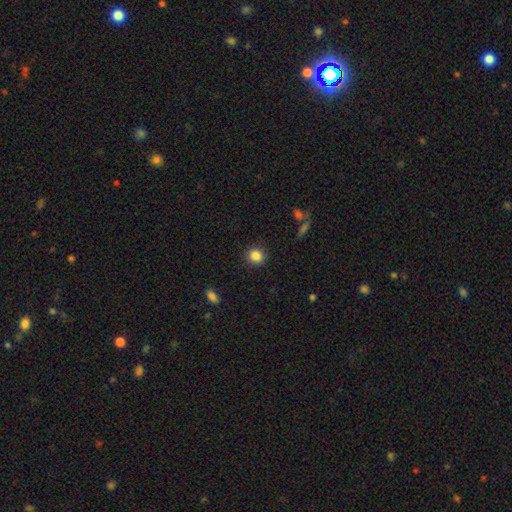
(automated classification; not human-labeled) A smooth galaxy with no disk features (85%) that is round (87%). Merging: none (90%).